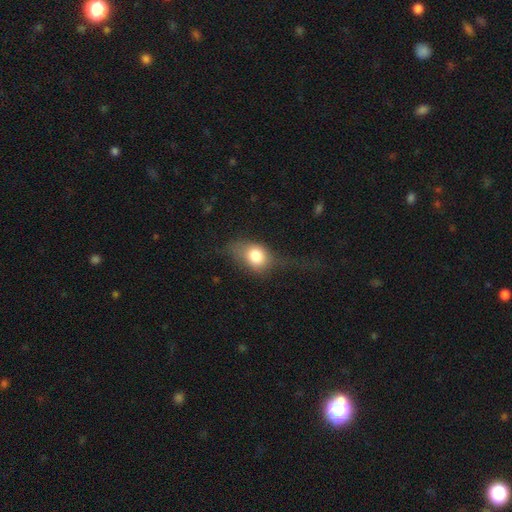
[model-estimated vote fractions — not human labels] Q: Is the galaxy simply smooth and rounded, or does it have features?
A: smooth — 75%.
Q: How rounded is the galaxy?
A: in between — 63%.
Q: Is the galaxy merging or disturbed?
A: none — 37%.